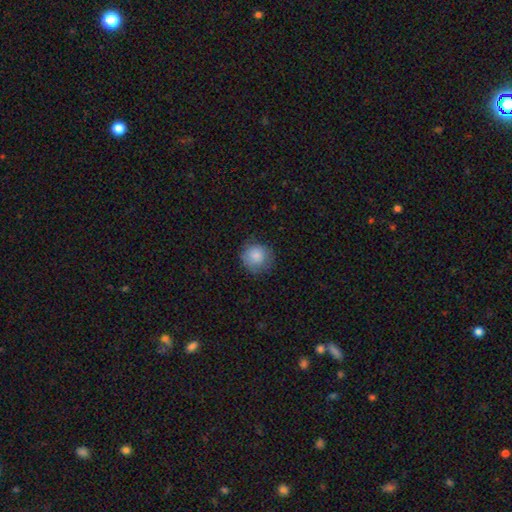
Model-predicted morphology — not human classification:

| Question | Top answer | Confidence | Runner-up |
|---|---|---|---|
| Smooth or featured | smooth | 84% | star or artifact (8%) |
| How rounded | round | 91% | in between (8%) |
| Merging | none | 77% | minor disturbance (17%) |